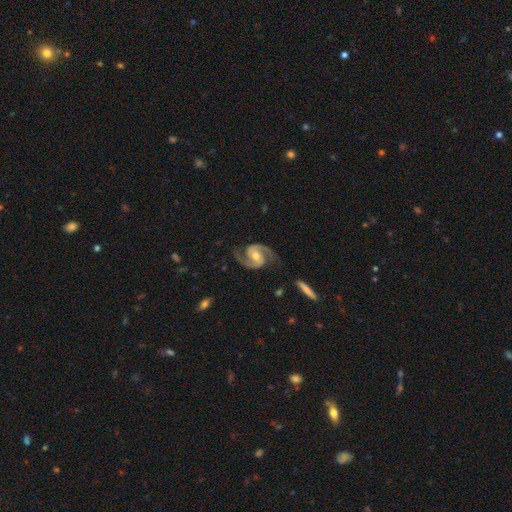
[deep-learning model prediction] This appears to be a featured or disk galaxy (93%) with a weak bar (40%), 2 (95%) medium (63%) spiral arms (98%) and a moderate central bulge (64%). Merging: none (83%).